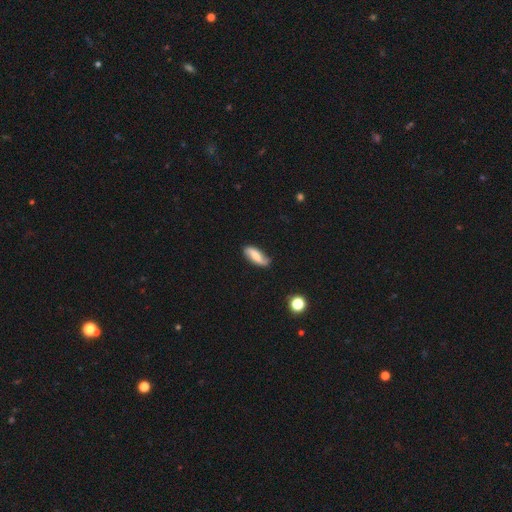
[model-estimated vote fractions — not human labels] Smooth or featured: smooth — 49% (featured or disk — 44%)
Merging: none — 74% (minor disturbance — 20%)